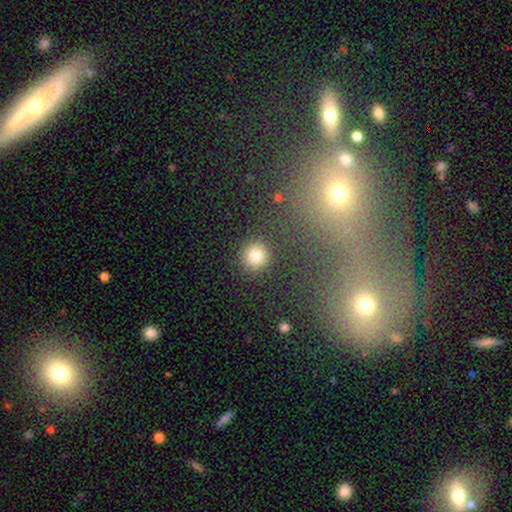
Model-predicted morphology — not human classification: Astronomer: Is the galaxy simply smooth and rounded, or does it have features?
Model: smooth — 82%.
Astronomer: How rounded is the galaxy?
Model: round — 93%.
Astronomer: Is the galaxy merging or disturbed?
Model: none — 89%.